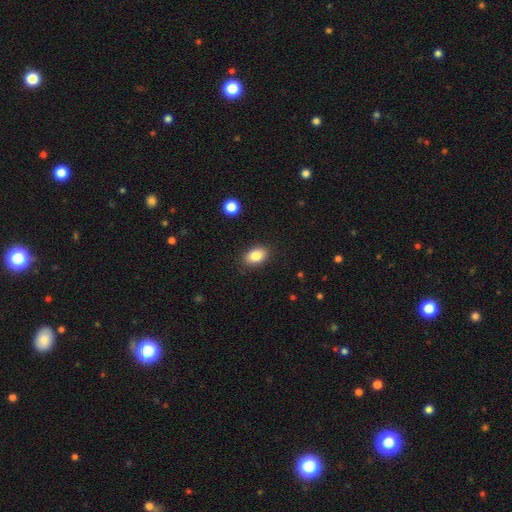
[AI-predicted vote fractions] This appears to be a smooth galaxy with no disk features (85%) that is in between round and cigar-shaped (86%). Merging: none (87%).